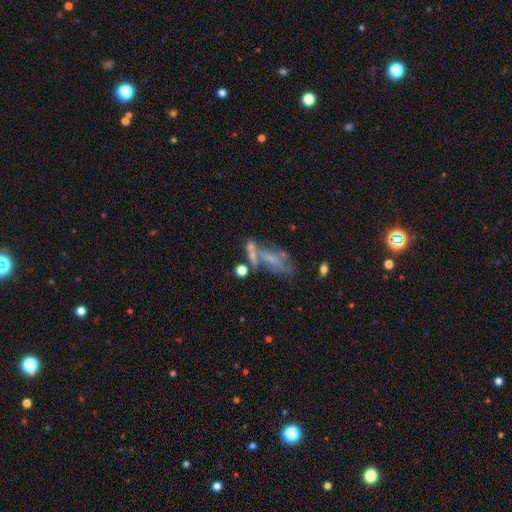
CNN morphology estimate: This appears to be a smooth galaxy with no disk features (45%). Merging: merger (36%).